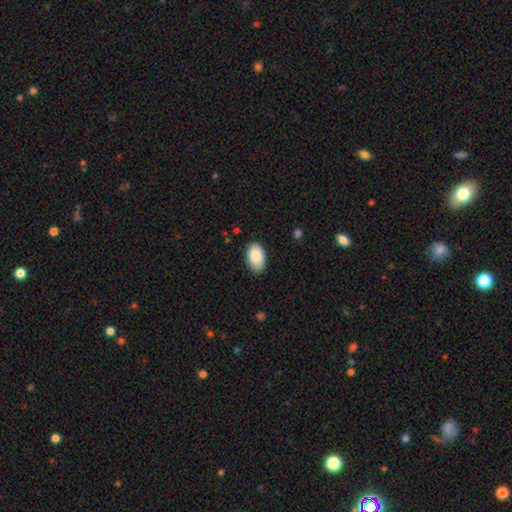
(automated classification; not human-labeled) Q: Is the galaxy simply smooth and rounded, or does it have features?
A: smooth — 87%.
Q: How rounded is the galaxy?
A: in between — 94%.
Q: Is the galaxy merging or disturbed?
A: none — 84%.